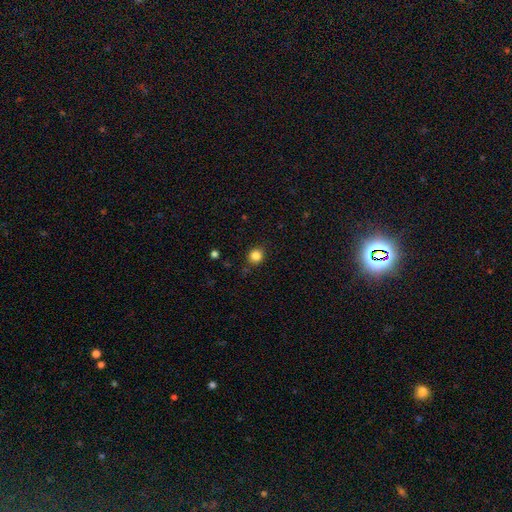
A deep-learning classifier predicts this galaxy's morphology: Smooth or featured? smooth (85%)
How rounded? round (84%)
Merging? none (86%)